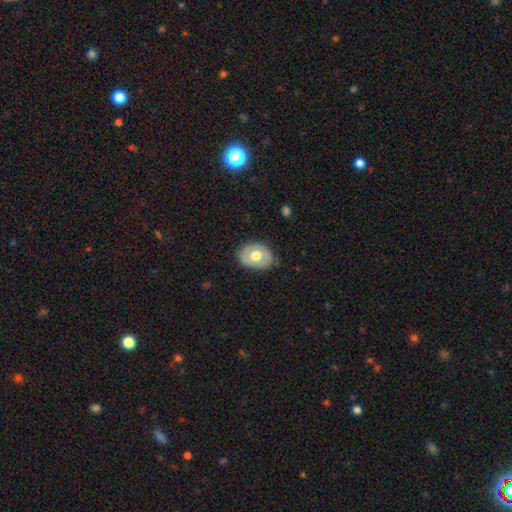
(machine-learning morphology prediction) A smooth galaxy with no disk features (55%) that is in between round and cigar-shaped (69%).

Vote fractions:
- Smooth or featured? smooth: 55% / featured or disk: 39% / star or artifact: 6%
- How rounded? in between: 69% / round: 30% / cigar-shaped: 1%
- Merging? none: 77% / minor disturbance: 18% / major disturbance: 4% / merger: 1%